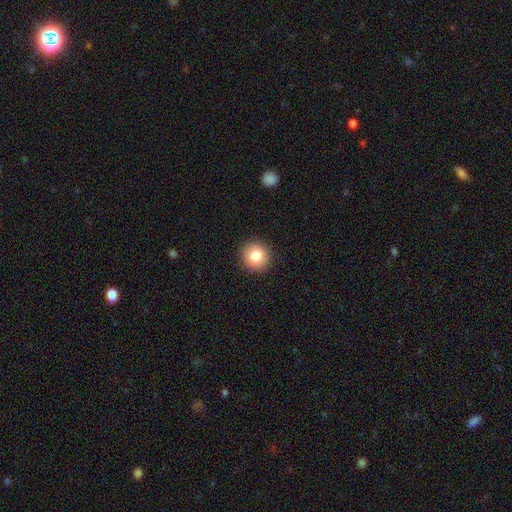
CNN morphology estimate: A smooth galaxy with no disk features (82%) that is round (93%). Merging: none (92%).